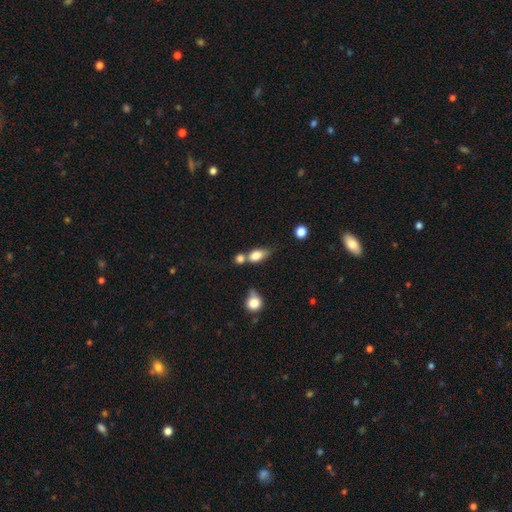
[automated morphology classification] Smooth or featured? Predicted: smooth (p=0.76). How rounded? Predicted: in between (p=0.77). Merging? Predicted: none (p=0.36).